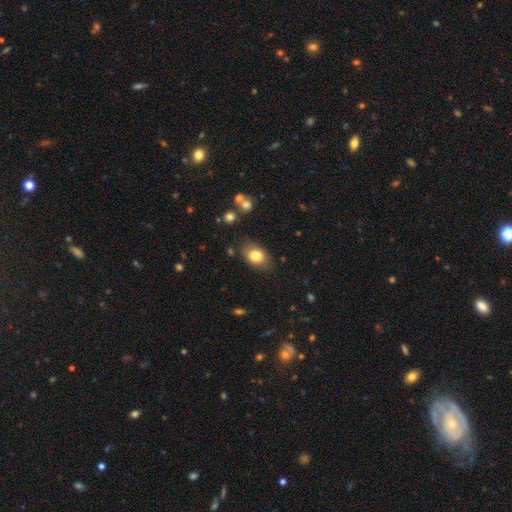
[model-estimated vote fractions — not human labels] The model was most divided on "how rounded": in between: 73%, round: 26%, cigar-shaped: 1%. More confident: smooth or featured — smooth (81%); merging — none (79%).